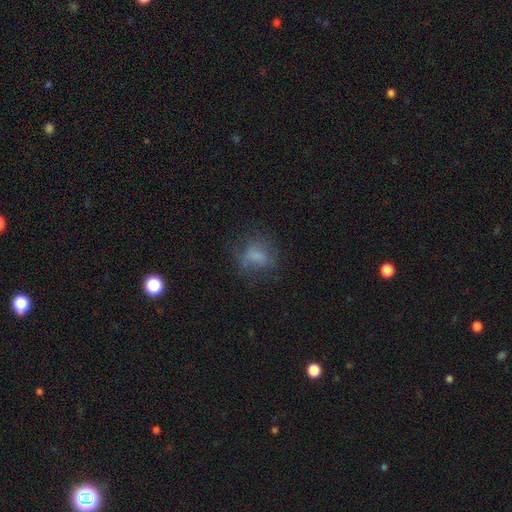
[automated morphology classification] smooth_or_featured: smooth (p=0.62) [alt: featured or disk p=0.23]
how_rounded: in between (p=0.54) [alt: round p=0.43]
merging: none (p=0.53) [alt: minor disturbance p=0.23]